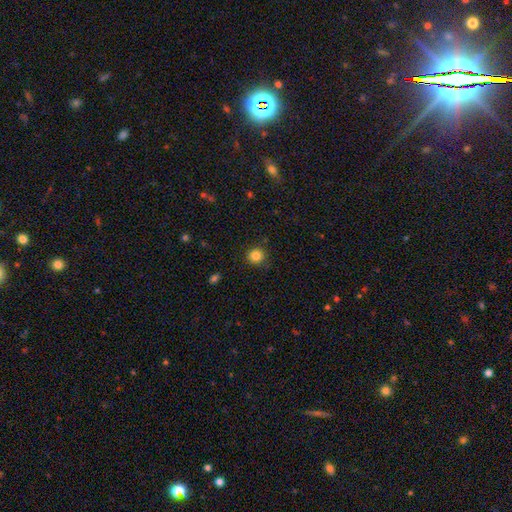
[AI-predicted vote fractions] Smooth or featured?
  - smooth: 84% *
  - star or artifact: 11%
  - featured or disk: 5%
How rounded?
  - round: 92% *
  - in between: 7%
  - cigar-shaped: 1%
Merging?
  - none: 89% *
  - minor disturbance: 8%
  - major disturbance: 2%
  - merger: 1%